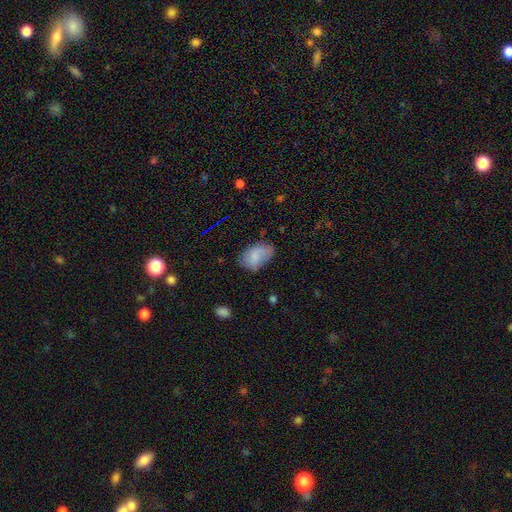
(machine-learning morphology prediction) Q: Smooth or featured?
A: smooth (77%); runner-up: featured or disk (15%)
Q: How rounded?
A: in between (91%); runner-up: round (8%)
Q: Merging?
A: none (61%); runner-up: minor disturbance (29%)